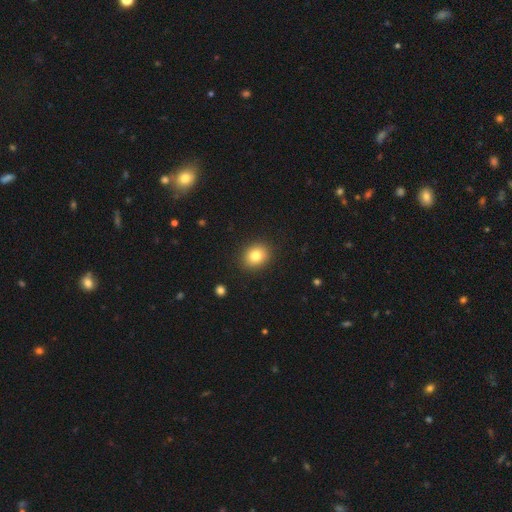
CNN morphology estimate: This is clearly a smooth galaxy (81%). How rounded: likely round (62%). Merging: clearly none (89%).